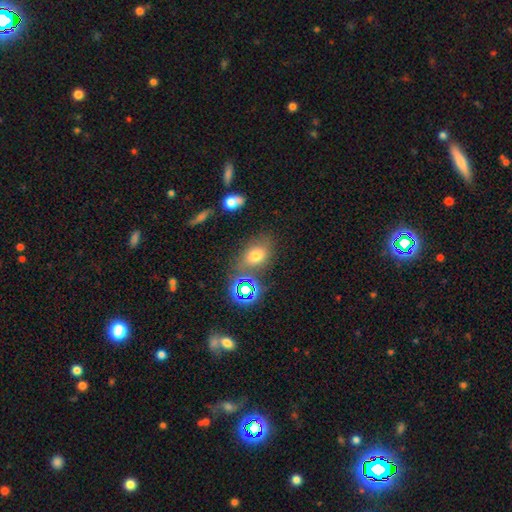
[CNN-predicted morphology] Smooth or featured? Predicted: smooth (p=0.66). How rounded? Predicted: in between (p=0.67). Merging? Predicted: none (p=0.67).